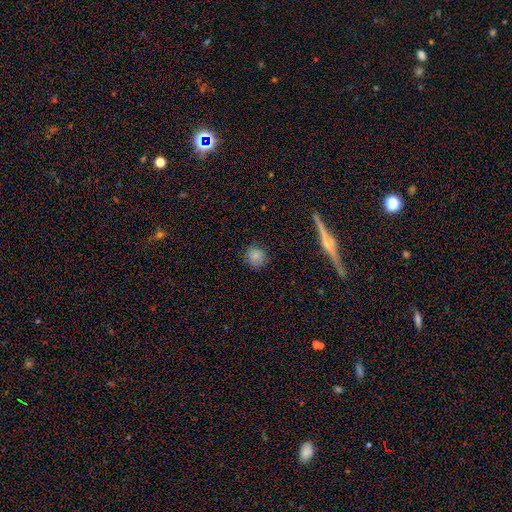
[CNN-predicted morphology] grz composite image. It shows a smooth galaxy with no disk features (81%) that is round (90%). Merging: none (87%).